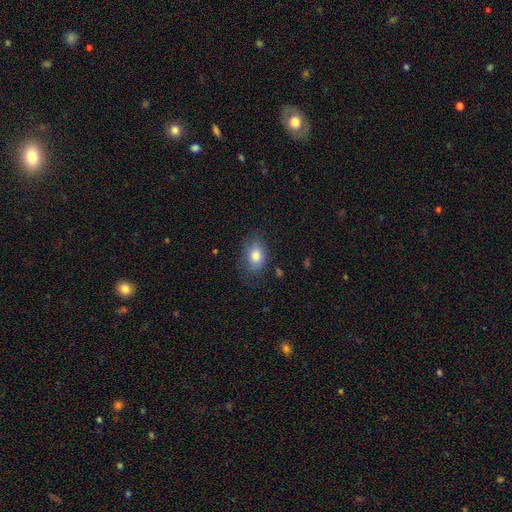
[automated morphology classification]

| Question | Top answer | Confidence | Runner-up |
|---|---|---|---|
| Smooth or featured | smooth | 81% | featured or disk (11%) |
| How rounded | in between | 83% | round (15%) |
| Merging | none | 74% | minor disturbance (18%) |